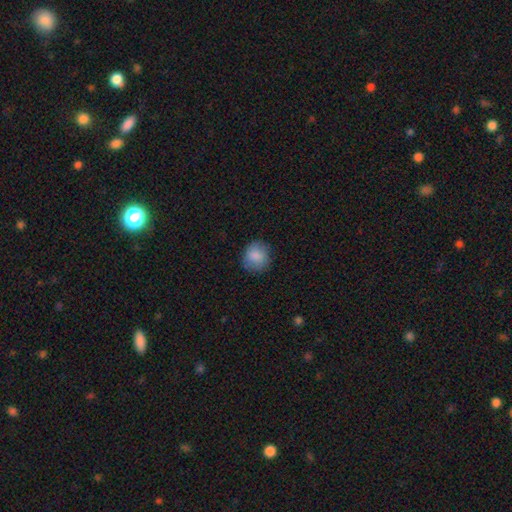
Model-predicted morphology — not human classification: type=smooth (86%); roundness=round (85%); merging=none (81%).